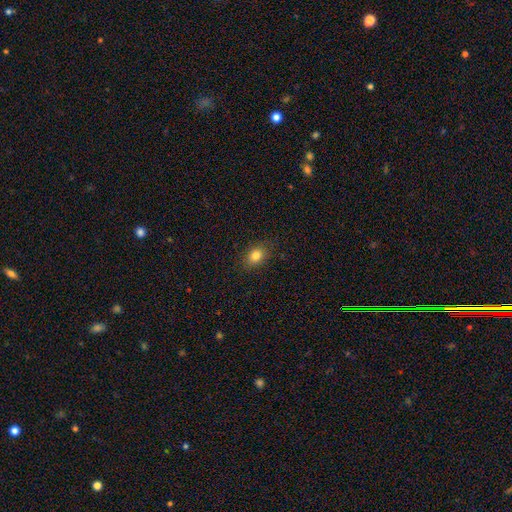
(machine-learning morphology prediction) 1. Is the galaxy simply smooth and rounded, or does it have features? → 83% smooth, 10% star or artifact, 7% featured or disk.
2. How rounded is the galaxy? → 65% in between, 33% round, 1% cigar-shaped.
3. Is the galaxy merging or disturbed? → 85% none, 11% minor disturbance, 3% major disturbance, 1% merger.